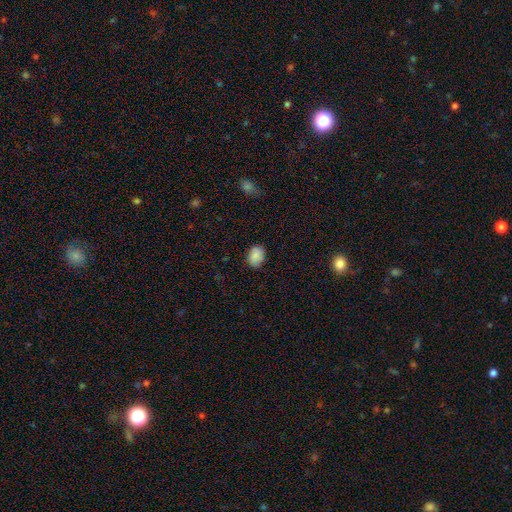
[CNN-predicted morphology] Smooth or featured? smooth (87%)
How rounded? in between (68%)
Merging? none (83%)